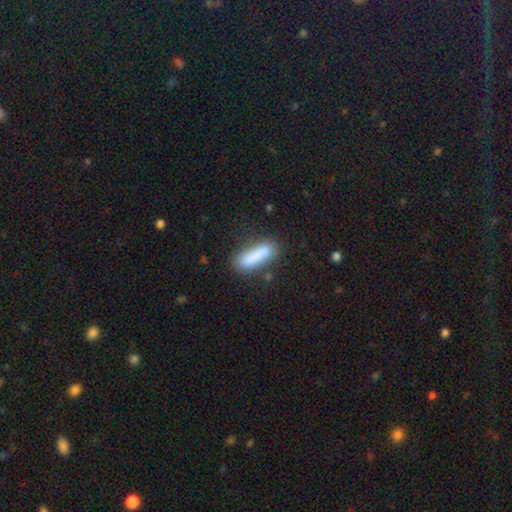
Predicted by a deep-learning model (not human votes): smooth-or-featured: smooth: 84% | featured or disk: 10% | star or artifact: 7%
  how-rounded: cigar-shaped: 65% | in between: 34% | round: 2%
  merging: none: 76% | minor disturbance: 15% | major disturbance: 5% | merger: 4%